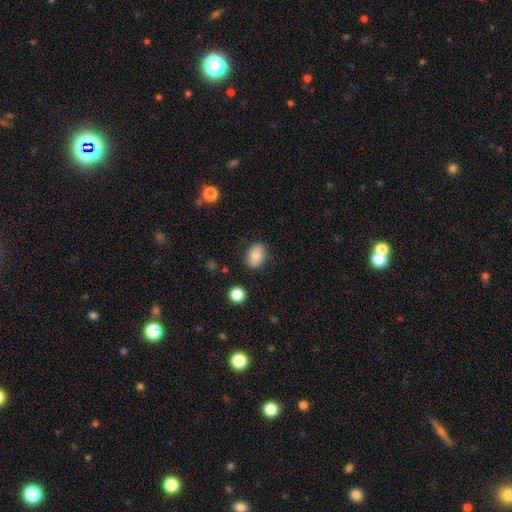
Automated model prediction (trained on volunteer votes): A smooth galaxy with no disk features (80%) that is in between round and cigar-shaped (71%).

Vote fractions:
- Smooth or featured? smooth: 80% / featured or disk: 11% / star or artifact: 9%
- How rounded? in between: 71% / round: 27% / cigar-shaped: 1%
- Merging? none: 83% / minor disturbance: 13% / major disturbance: 3% / merger: 2%